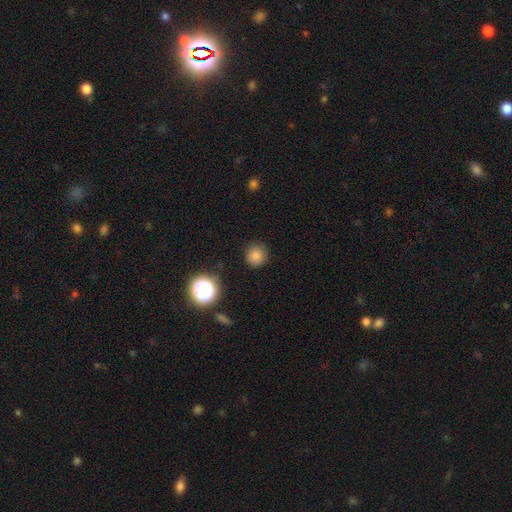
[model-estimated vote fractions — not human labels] The model was most divided on "smooth or featured": smooth: 80%, star or artifact: 15%, featured or disk: 6%. More confident: how rounded — round (90%); merging — none (87%).